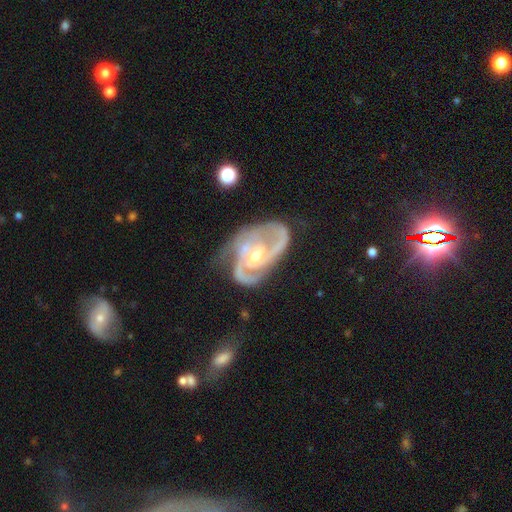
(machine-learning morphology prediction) Smooth or featured?
  - featured or disk: 90% *
  - smooth: 5%
  - star or artifact: 5%
Edge-on disk?
  - no: 97% *
  - yes: 3%
Bar?
  - no: 51% *
  - weak: 36%
  - strong: 12%
Spiral arms?
  - yes: 96% *
  - no: 4%
Spiral winding?
  - medium: 47% *
  - tight: 41%
  - loose: 12%
Spiral arm count?
  - 2: 58% *
  - 3: 21%
  - can't tell: 10%
  - 1: 4%
  - 4: 3%
  - more than 4: 3%
Bulge size?
  - moderate: 51% *
  - small: 46%
  - large: 2%
  - none: 1%
  - dominant: 1%
Merging?
  - none: 47% *
  - minor disturbance: 27%
  - major disturbance: 22%
  - merger: 4%